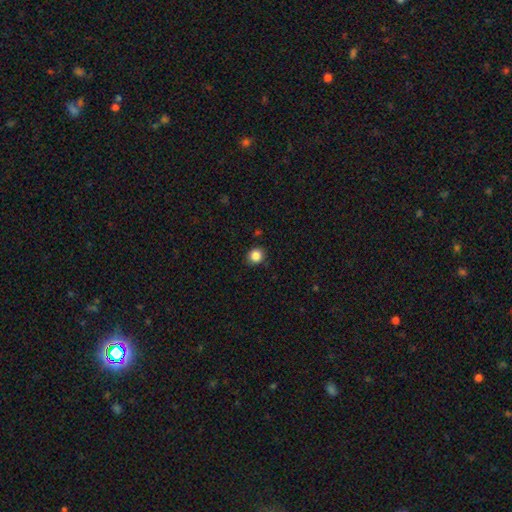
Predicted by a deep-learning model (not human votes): A smooth galaxy with no disk features (86%) that is round (86%).

Vote fractions:
- Smooth or featured? smooth: 86% / star or artifact: 11% / featured or disk: 4%
- How rounded? round: 86% / in between: 13% / cigar-shaped: 1%
- Merging? none: 89% / minor disturbance: 8% / major disturbance: 2% / merger: 1%